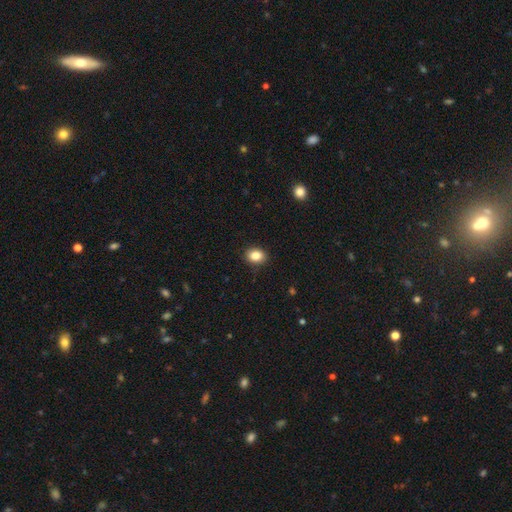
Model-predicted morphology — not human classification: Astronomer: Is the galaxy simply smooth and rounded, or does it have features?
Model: smooth — 85%.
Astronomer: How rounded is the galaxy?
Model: in between — 57% (runner-up: round, 42%).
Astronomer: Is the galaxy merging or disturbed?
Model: none — 89%.